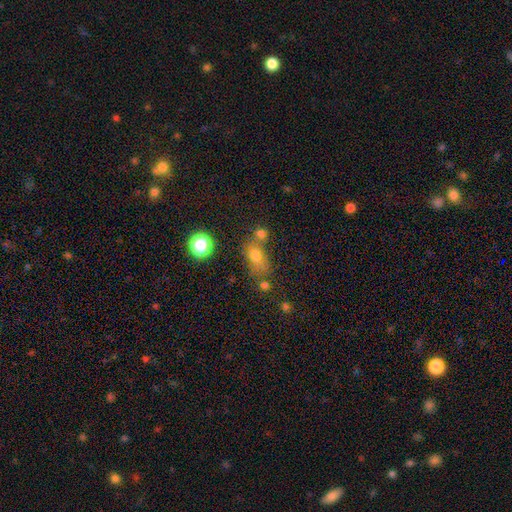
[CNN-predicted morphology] smooth-or-featured: smooth: 69% | star or artifact: 18% | featured or disk: 13%
  how-rounded: in between: 65% | round: 30% | cigar-shaped: 5%
  merging: none: 52% | merger: 24% | minor disturbance: 16% | major disturbance: 8%